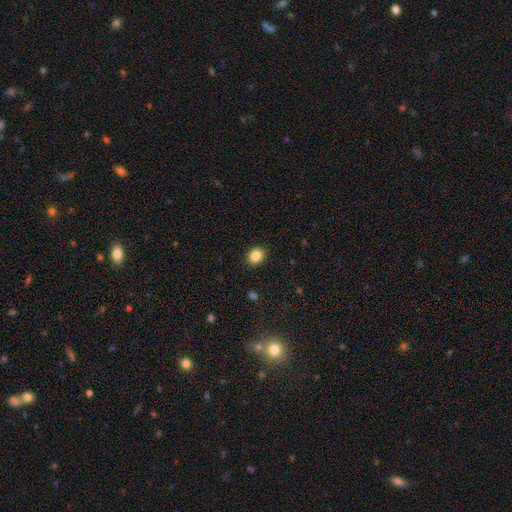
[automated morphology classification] This is clearly a smooth galaxy (85%). How rounded: likely round (61%). Merging: clearly none (90%).